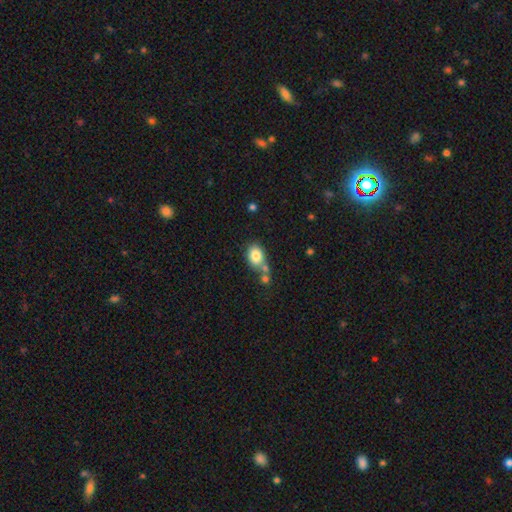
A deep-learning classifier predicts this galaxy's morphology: A smooth galaxy with no disk features (81%) that is in between round and cigar-shaped (69%). Merging: none (47%).